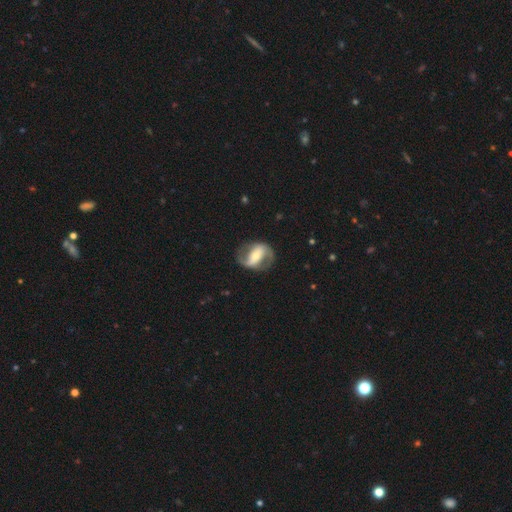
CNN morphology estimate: Overall: featured or disk (78%). Edge-on disk: no (95%). Bar: strong (54%; weak 27%). Spiral arms: yes (83%). Spiral arm count: 2 (89%). Spiral winding: medium (46%; loose 33%). Bulge size: moderate (51%; small 37%). Merging: none (77%).